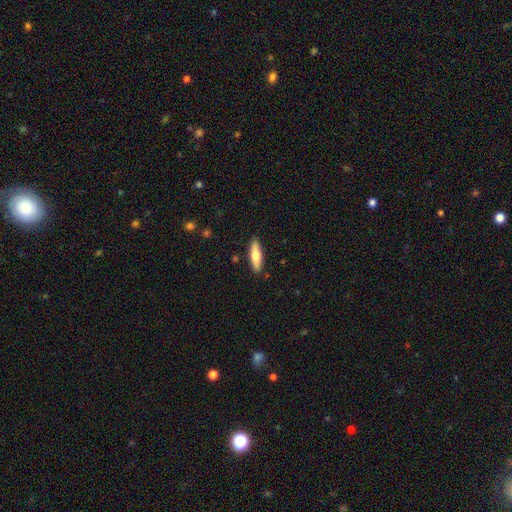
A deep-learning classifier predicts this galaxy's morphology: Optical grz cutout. It shows a smooth galaxy with no disk features (60%) that is cigar-shaped (59%). Merging: none (89%).